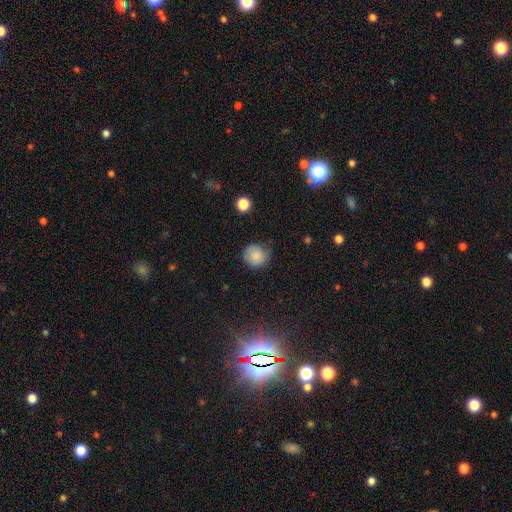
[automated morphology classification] Smooth or featured? Predicted: smooth (p=0.84). How rounded? Predicted: round (p=0.90). Merging? Predicted: none (p=0.73).